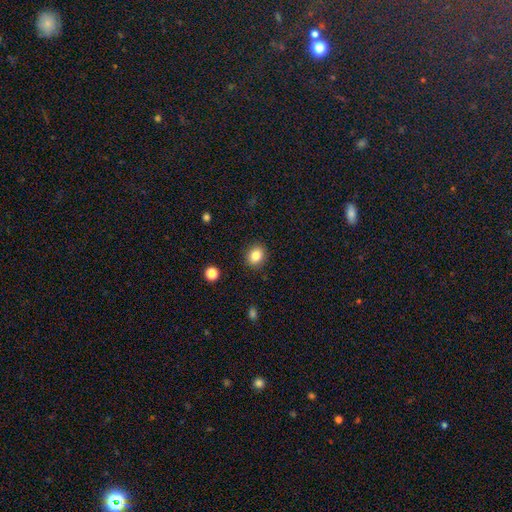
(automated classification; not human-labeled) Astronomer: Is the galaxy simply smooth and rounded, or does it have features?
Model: smooth — 84%.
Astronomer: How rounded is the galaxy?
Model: round — 64%.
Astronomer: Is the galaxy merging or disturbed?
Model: none — 90%.